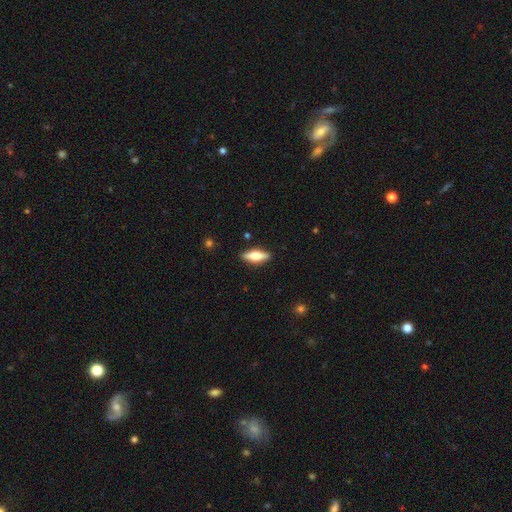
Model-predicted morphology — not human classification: smooth-or-featured: featured or disk: 48% | smooth: 46% | star or artifact: 6%
  merging: none: 89% | minor disturbance: 8% | major disturbance: 2% | merger: 1%